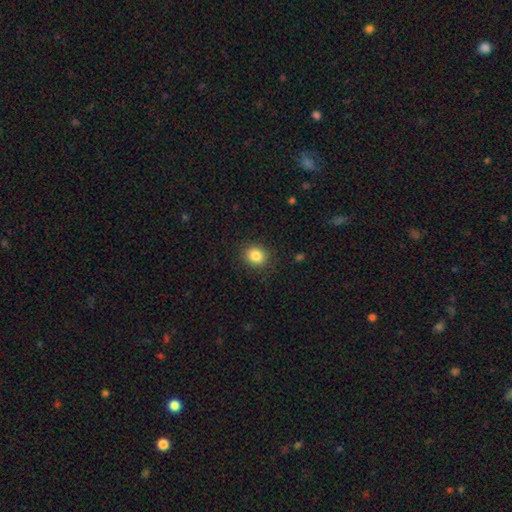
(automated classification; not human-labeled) Smooth or featured: smooth — 85% (star or artifact — 10%)
How rounded: round — 78% (in between — 21%)
Merging: none — 88% (minor disturbance — 8%)